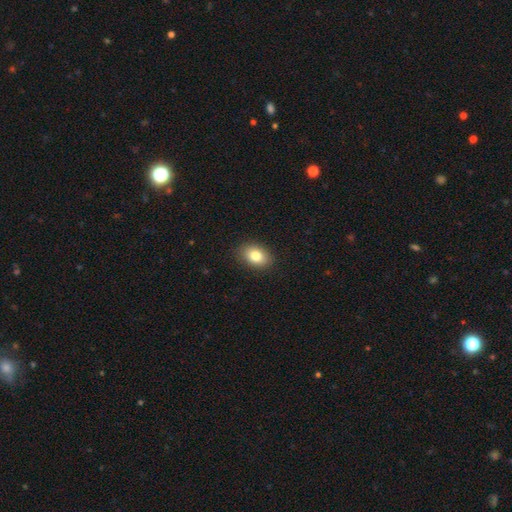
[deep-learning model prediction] Q: Smooth or featured?
A: smooth (82%); runner-up: featured or disk (9%)
Q: How rounded?
A: in between (79%); runner-up: round (20%)
Q: Merging?
A: none (89%); runner-up: minor disturbance (8%)